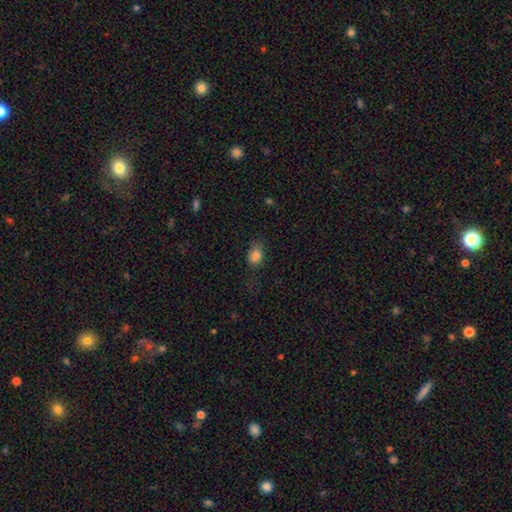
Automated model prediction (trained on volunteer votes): This appears to be a smooth galaxy with no disk features (83%) that is in between round and cigar-shaped (69%). Merging: none (61%).